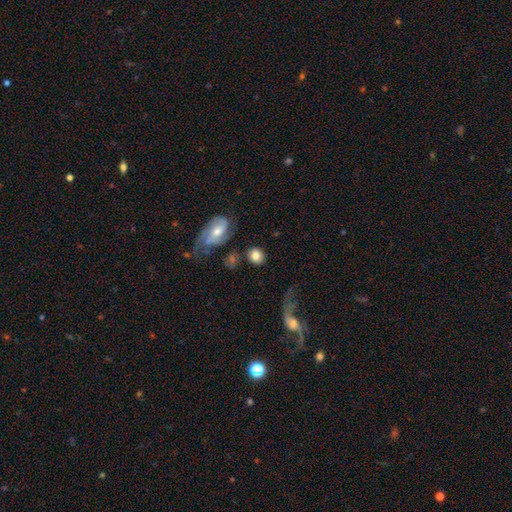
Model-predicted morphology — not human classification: This is clearly a smooth galaxy (81%). How rounded: likely round (60%). Merging: likely none (69%).